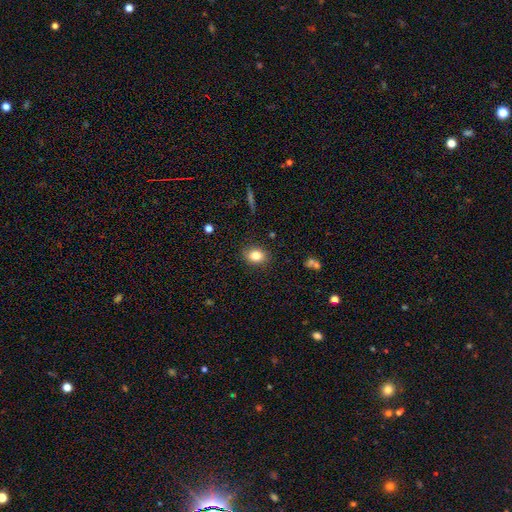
Morphology: type=smooth (87%); roundness=in between (79%); merging=none (84%).